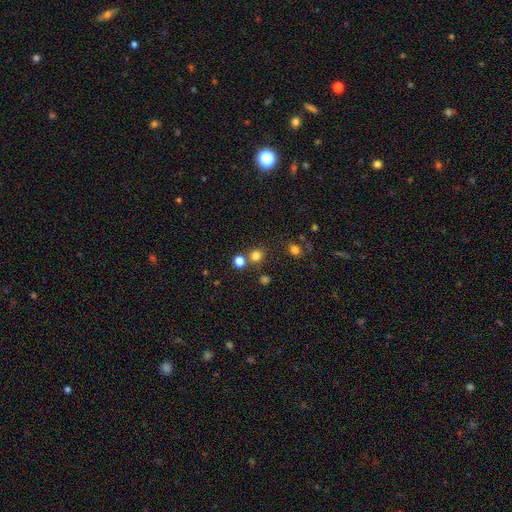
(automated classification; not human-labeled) This appears to be a smooth galaxy with no disk features (76%) that is round (87%). Merging: none (73%).